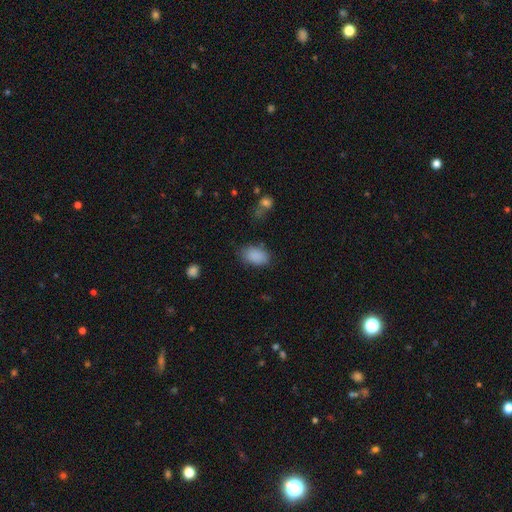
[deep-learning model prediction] Morphology: type=smooth (88%); roundness=in between (90%); merging=none (75%).